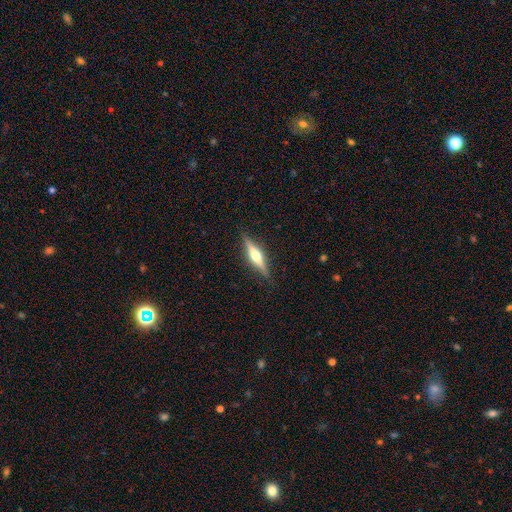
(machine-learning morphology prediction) Smooth or featured: featured or disk — 68% (smooth — 26%)
Edge-on disk: yes — 97% (no — 3%)
Edge-on bulge: rounded — 92% (boxy — 5%)
Merging: none — 89% (minor disturbance — 8%)